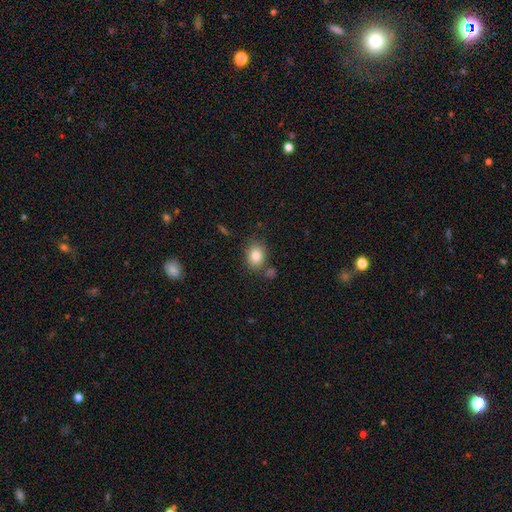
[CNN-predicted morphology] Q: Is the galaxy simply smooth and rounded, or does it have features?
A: smooth — 82%.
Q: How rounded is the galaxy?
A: in between — 52%.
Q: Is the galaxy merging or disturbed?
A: none — 74%.